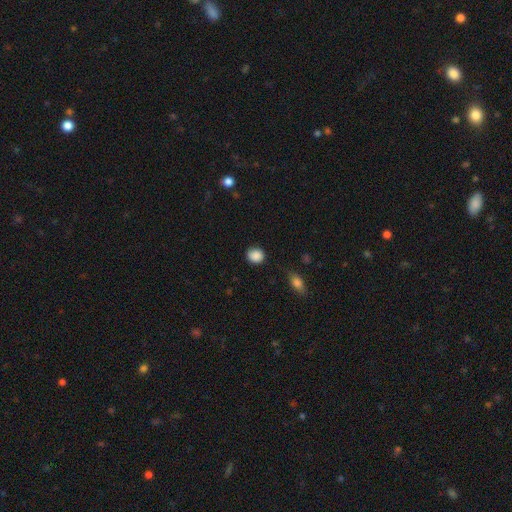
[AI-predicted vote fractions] Smooth or featured? smooth (88%)
How rounded? round (79%)
Merging? none (82%)